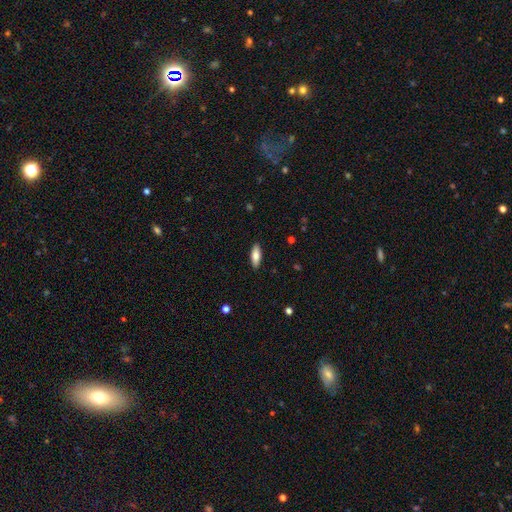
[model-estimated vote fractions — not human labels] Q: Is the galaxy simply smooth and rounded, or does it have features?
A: smooth — 80%.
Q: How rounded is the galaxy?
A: in between — 68%.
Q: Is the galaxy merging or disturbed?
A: none — 90%.